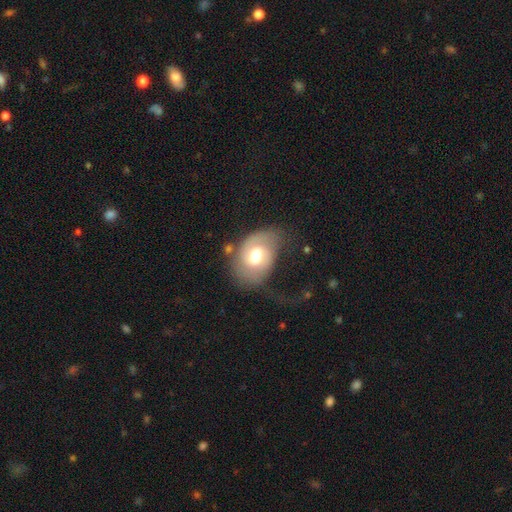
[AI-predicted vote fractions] Q: Smooth or featured?
A: featured or disk (49%); runner-up: smooth (43%)
Q: Merging?
A: none (43%); runner-up: minor disturbance (27%)